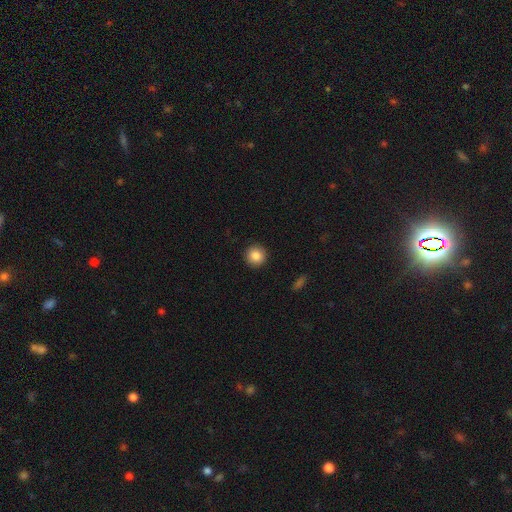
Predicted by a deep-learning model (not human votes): smooth_or_featured: smooth (p=0.86) [alt: star or artifact p=0.09]
how_rounded: round (p=0.95) [alt: in between p=0.04]
merging: none (p=0.93) [alt: minor disturbance p=0.05]